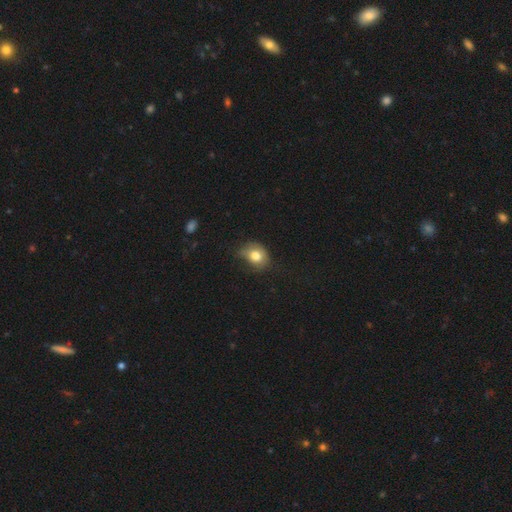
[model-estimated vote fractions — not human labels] smooth_or_featured: smooth (p=0.76) [alt: featured or disk p=0.14]
how_rounded: round (p=0.50) [alt: in between p=0.49]
merging: none (p=0.43) [alt: minor disturbance p=0.37]